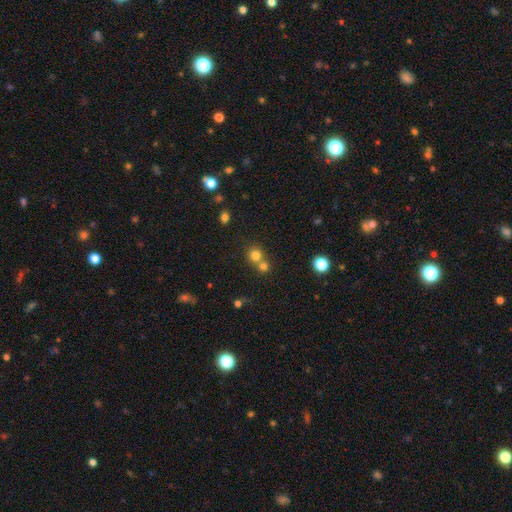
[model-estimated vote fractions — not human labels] Q: Smooth or featured?
A: smooth (76%); runner-up: star or artifact (15%)
Q: How rounded?
A: round (88%); runner-up: in between (11%)
Q: Merging?
A: none (48%); runner-up: merger (44%)